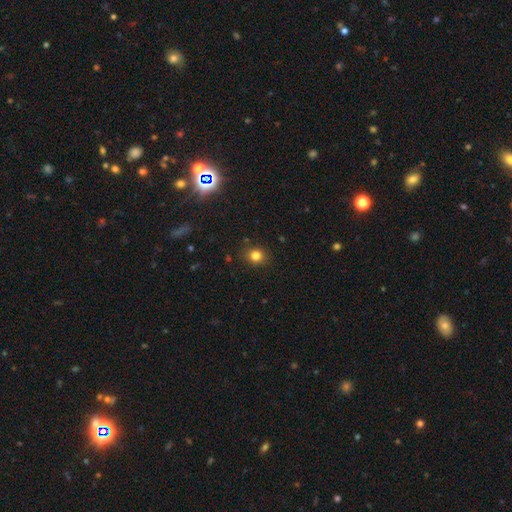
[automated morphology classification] A smooth galaxy with no disk features (81%) that is round (78%). Merging: none (87%).